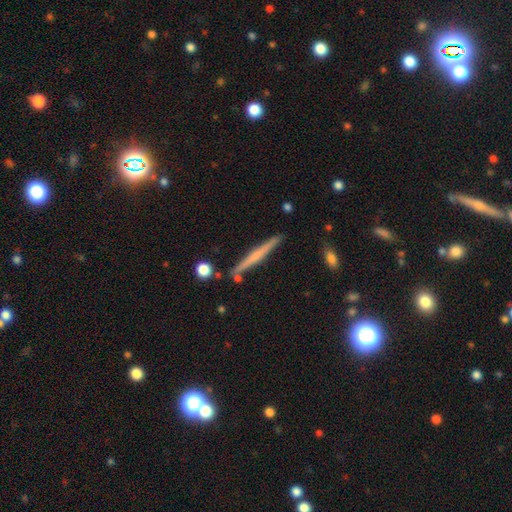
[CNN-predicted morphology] The model was most divided on "smooth or featured": featured or disk: 55%, smooth: 39%, star or artifact: 7%. More confident: edge-on disk — yes (97%); merging — none (87%); edge-on bulge — none (64%).